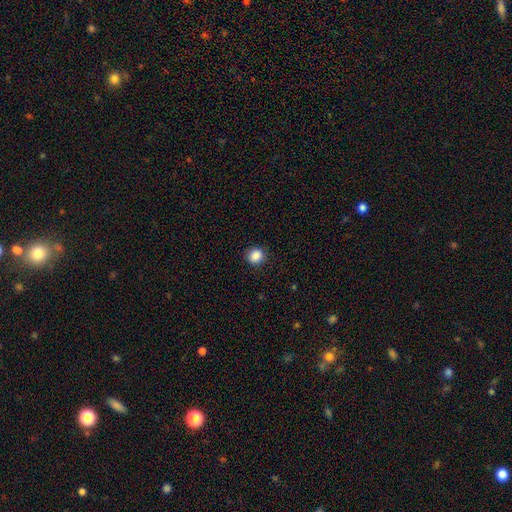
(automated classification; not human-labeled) smooth_or_featured: smooth (p=0.88) [alt: star or artifact p=0.10]
how_rounded: round (p=0.85) [alt: in between p=0.14]
merging: none (p=0.89) [alt: minor disturbance p=0.08]